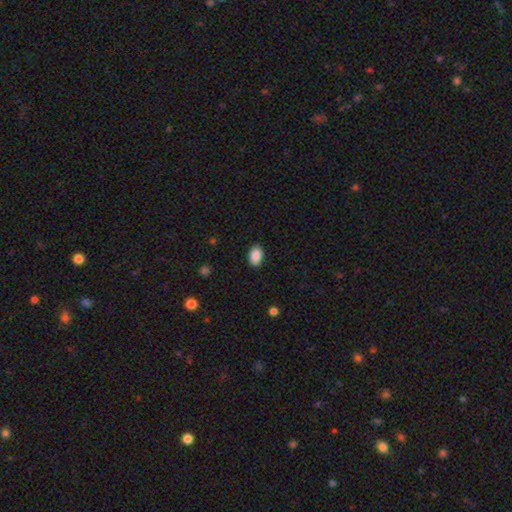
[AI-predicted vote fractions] Smooth or featured? Predicted: smooth (p=0.90). How rounded? Predicted: in between (p=0.90). Merging? Predicted: none (p=0.88).